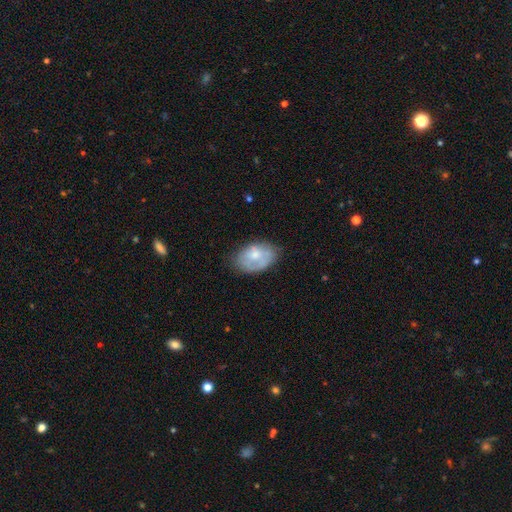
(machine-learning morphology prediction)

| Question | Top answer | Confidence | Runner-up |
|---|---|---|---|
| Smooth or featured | smooth | 59% | featured or disk (34%) |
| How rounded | in between | 86% | round (13%) |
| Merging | none | 60% | minor disturbance (29%) |